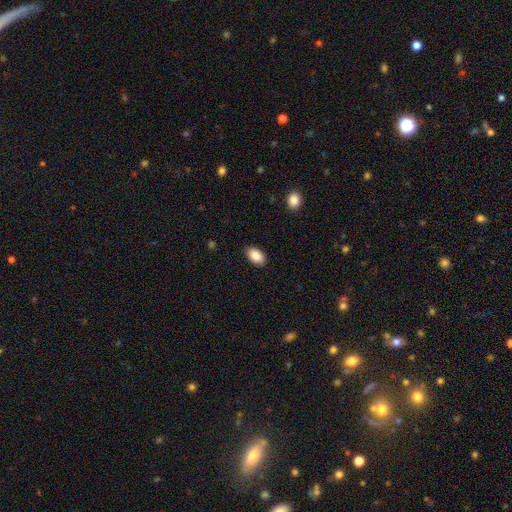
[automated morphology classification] This is clearly a smooth galaxy (89%). How rounded: clearly in between (92%). Merging: clearly none (87%).